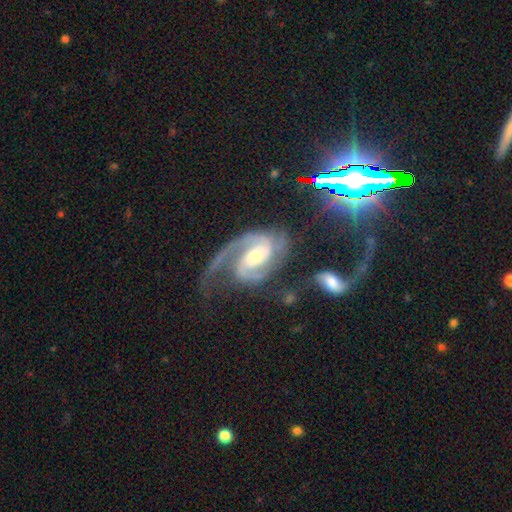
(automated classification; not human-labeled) Smooth or featured? featured or disk (90%)
Edge-on disk? no (97%)
Bar? weak (44%)
Spiral arms? yes (98%)
Spiral winding? medium (47%)
Spiral arm count? 2 (66%)
Bulge size? moderate (52%)
Merging? none (45%)